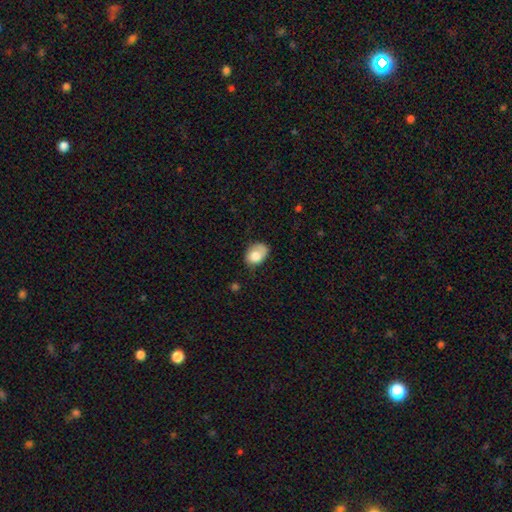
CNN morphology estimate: Overall: smooth (75%). How rounded: in between (71%). Merging: none (47%; minor disturbance 35%).